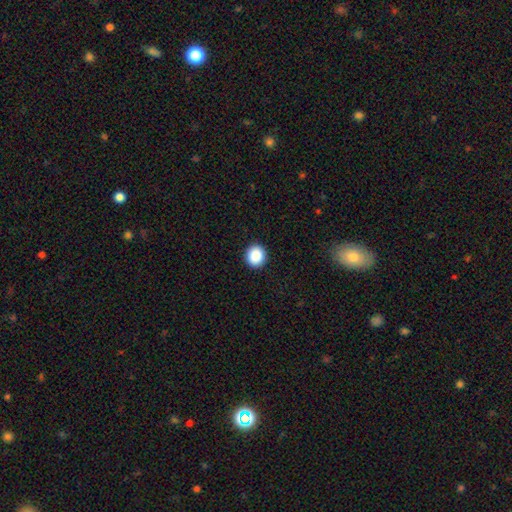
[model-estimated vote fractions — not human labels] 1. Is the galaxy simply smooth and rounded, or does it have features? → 88% smooth, 9% star or artifact, 3% featured or disk.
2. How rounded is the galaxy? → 90% round, 9% in between, 1% cigar-shaped.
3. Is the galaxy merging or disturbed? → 93% none, 5% minor disturbance, 2% major disturbance, 1% merger.